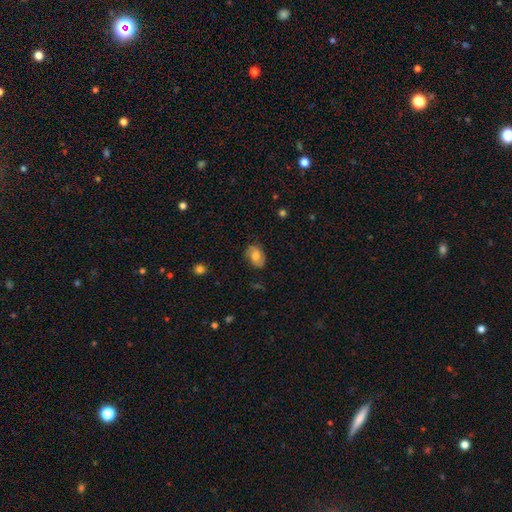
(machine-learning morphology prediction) This is possibly a smooth galaxy (58%). How rounded: clearly in between (80%). Merging: likely none (75%).